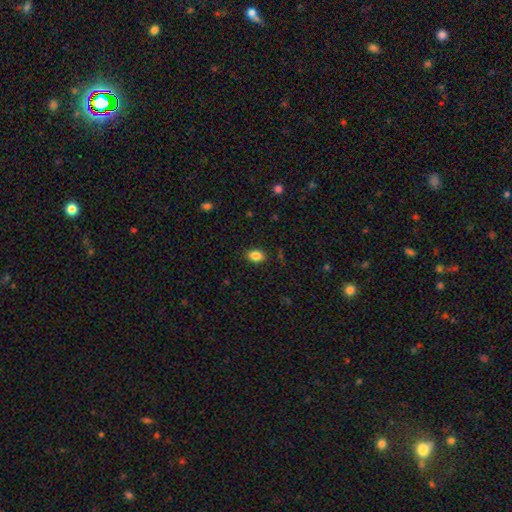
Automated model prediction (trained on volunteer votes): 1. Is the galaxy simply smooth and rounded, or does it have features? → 85% smooth, 9% star or artifact, 5% featured or disk.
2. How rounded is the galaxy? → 80% in between, 19% round, 1% cigar-shaped.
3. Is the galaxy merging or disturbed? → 86% none, 10% minor disturbance, 2% major disturbance, 1% merger.